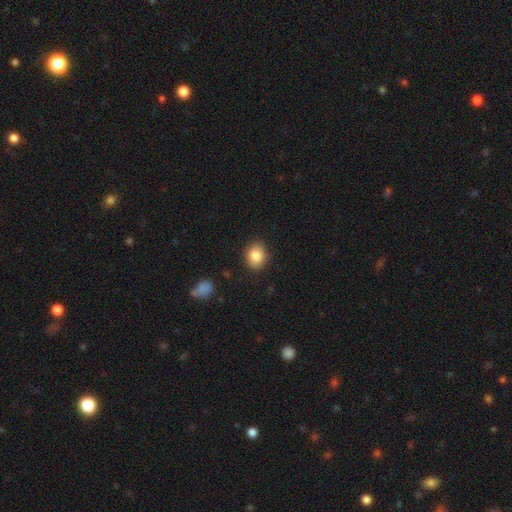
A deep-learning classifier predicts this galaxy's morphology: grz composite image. It shows a smooth galaxy with no disk features (84%) that is in between round and cigar-shaped (53%). Merging: none (86%).